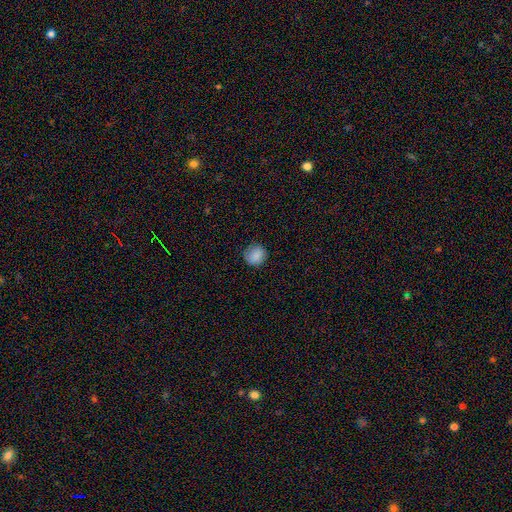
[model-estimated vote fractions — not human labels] The model was most divided on "merging": none: 83%, minor disturbance: 13%, major disturbance: 3%, merger: 1%. More confident: smooth or featured — smooth (87%); how rounded — round (85%).